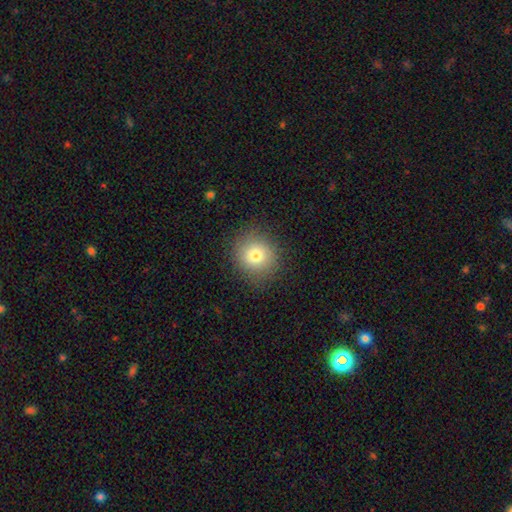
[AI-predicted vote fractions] Overall: smooth (78%). How rounded: round (87%). Merging: none (86%).